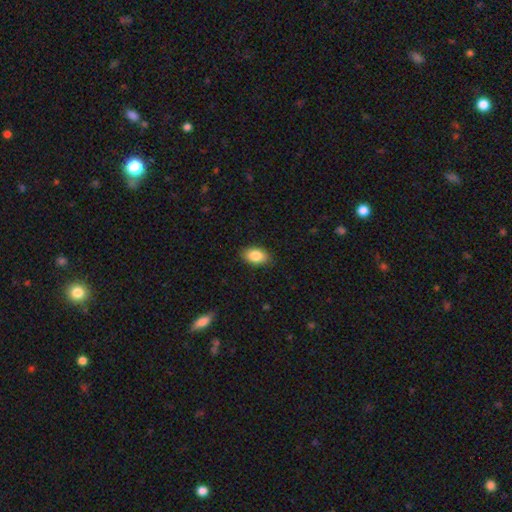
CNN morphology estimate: This appears to be a smooth galaxy with no disk features (85%) that is in between round and cigar-shaped (90%). Merging: none (87%).